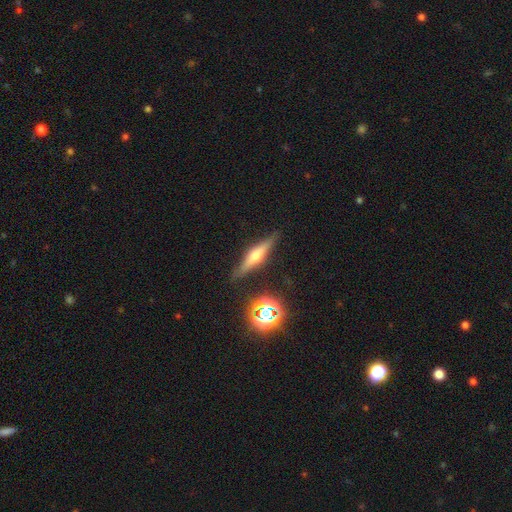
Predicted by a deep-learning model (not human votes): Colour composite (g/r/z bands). It shows a featured or disk galaxy (65%) viewed edge-on (96%) with a rounded central bulge (86%). Merging: none (88%).